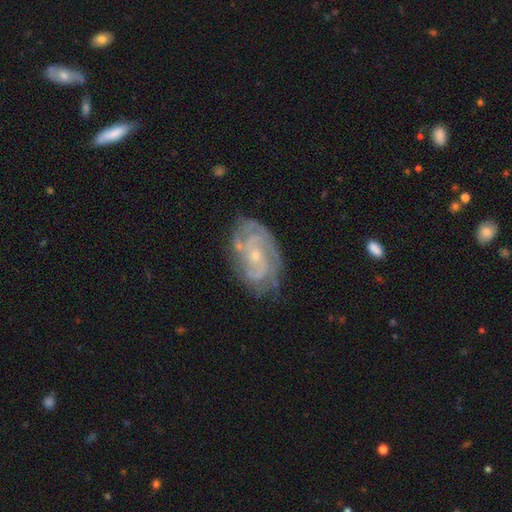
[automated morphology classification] Smooth or featured: featured or disk — 86% (smooth — 8%)
Edge-on disk: no — 97% (yes — 3%)
Bar: no — 65% (weak — 29%)
Spiral arms: yes — 96% (no — 4%)
Spiral winding: tight — 60% (medium — 33%)
Spiral arm count: 2 — 34% (can't tell — 25%)
Bulge size: small — 70% (moderate — 25%)
Merging: none — 73% (minor disturbance — 19%)